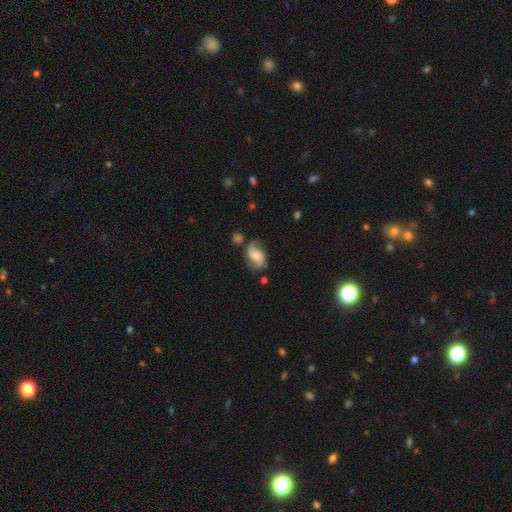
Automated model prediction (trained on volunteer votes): A featured or disk galaxy (55%) with no bar (56%), spiral arms (86%) and a moderate central bulge (48%). Merging: none (58%).